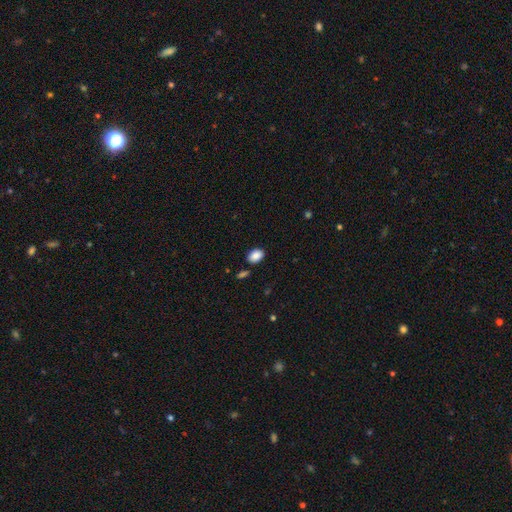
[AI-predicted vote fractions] smooth 88%, star or artifact 8%, featured or disk 4%. Down the decision tree: how rounded — in between (80%); merging — none (82%).